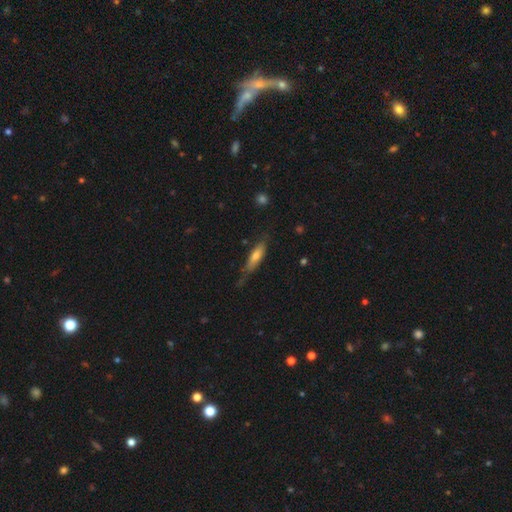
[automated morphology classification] smooth-or-featured: smooth: 61% | featured or disk: 33% | star or artifact: 6%
  how-rounded: cigar-shaped: 66% | in between: 32% | round: 2%
  merging: none: 59% | minor disturbance: 28% | major disturbance: 10% | merger: 3%